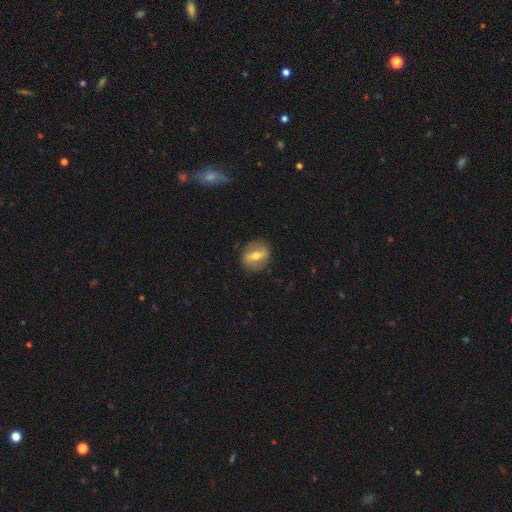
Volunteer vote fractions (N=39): Smooth or featured? 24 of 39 (62%) said featured or disk. Edge-on disk? 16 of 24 (67%) said no. Bar? 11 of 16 (69%) said strong. Spiral arms? 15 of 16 (94%) said no. Bulge size? 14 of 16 (88%) said moderate. Merging? 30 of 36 (83%) said none.